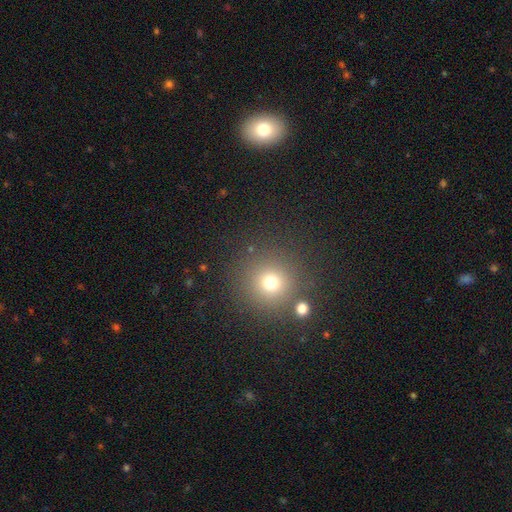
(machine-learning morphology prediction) smooth 56%, star or artifact 35%, featured or disk 9%. Down the decision tree: how rounded — round (93%); merging — none (86%).